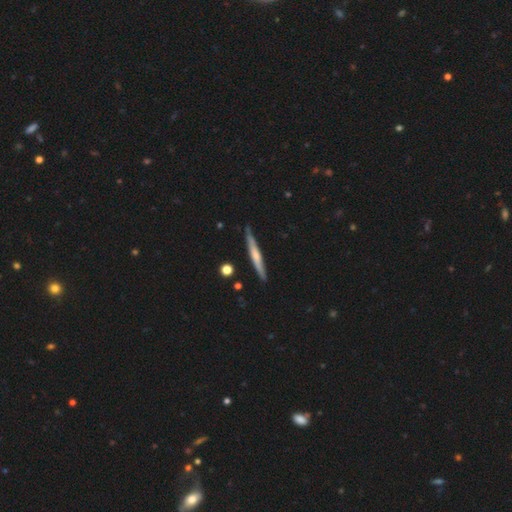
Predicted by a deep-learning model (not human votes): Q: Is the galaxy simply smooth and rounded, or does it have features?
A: featured or disk — 51%.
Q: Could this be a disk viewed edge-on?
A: yes — 95%.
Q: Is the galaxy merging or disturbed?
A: none — 86%.